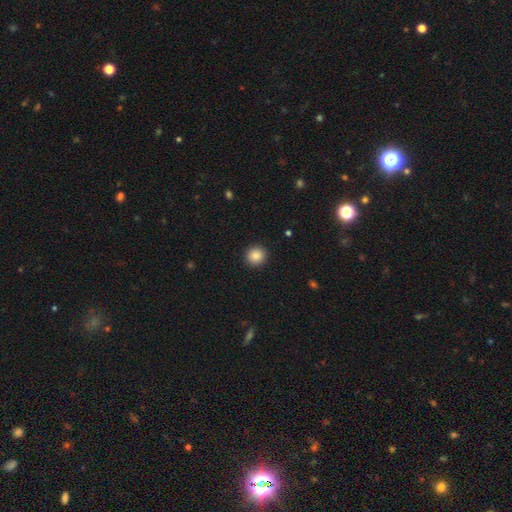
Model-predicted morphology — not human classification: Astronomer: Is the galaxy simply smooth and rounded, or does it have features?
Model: smooth — 88%.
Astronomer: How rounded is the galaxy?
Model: round — 92%.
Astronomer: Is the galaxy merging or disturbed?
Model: none — 92%.